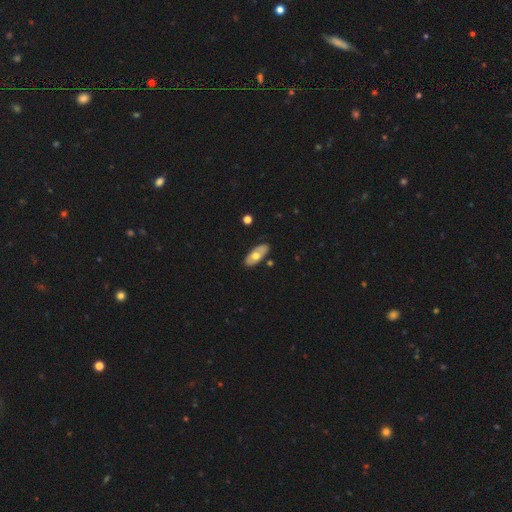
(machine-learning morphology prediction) smooth-or-featured: smooth: 53% | featured or disk: 41% | star or artifact: 5%
  how-rounded: in between: 87% | cigar-shaped: 9% | round: 3%
  merging: none: 85% | minor disturbance: 11% | major disturbance: 2% | merger: 2%